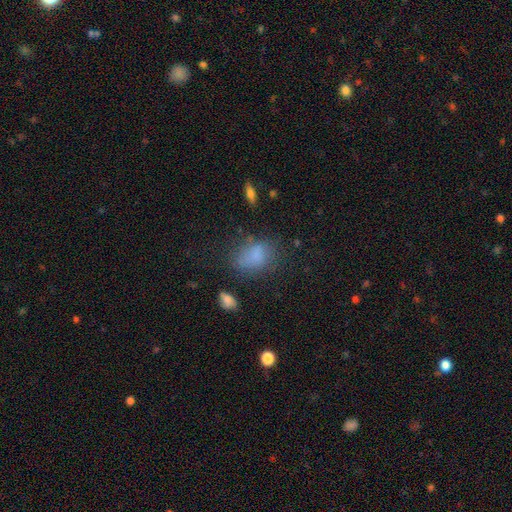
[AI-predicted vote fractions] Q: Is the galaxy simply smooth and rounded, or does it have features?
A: smooth — 76%.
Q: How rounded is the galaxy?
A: in between — 77%.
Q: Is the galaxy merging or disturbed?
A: none — 56%.